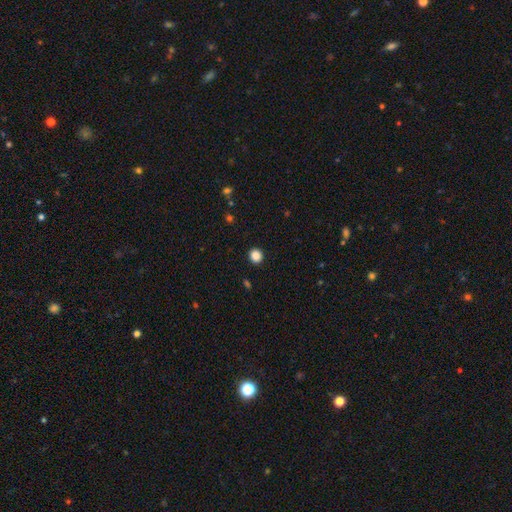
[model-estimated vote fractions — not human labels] smooth_or_featured: smooth (p=0.87) [alt: star or artifact p=0.10]
how_rounded: round (p=0.83) [alt: in between p=0.16]
merging: none (p=0.92) [alt: minor disturbance p=0.05]